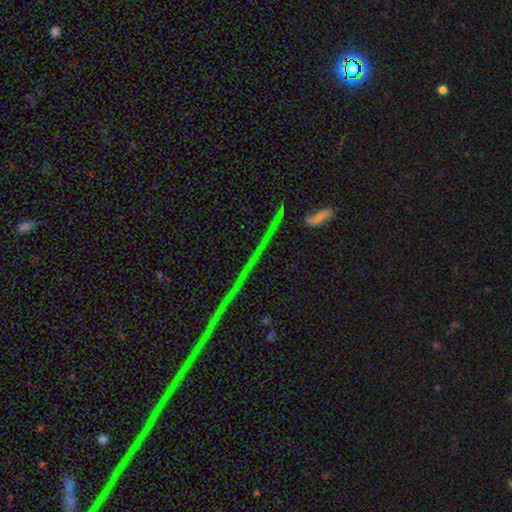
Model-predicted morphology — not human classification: smooth-or-featured: star or artifact: 85% | featured or disk: 8% | smooth: 7%